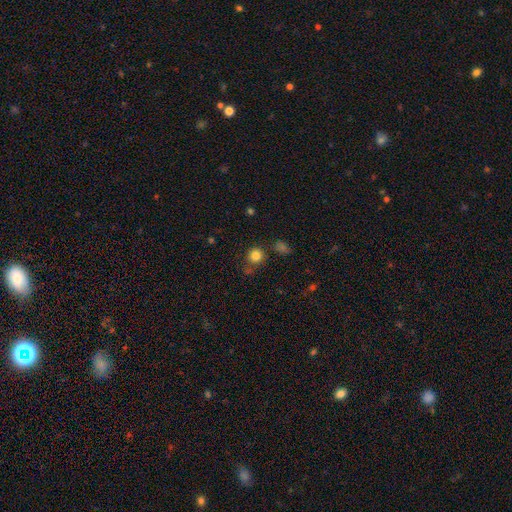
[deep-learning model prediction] This is clearly a smooth galaxy (81%). How rounded: clearly round (89%). Merging: likely none (75%).